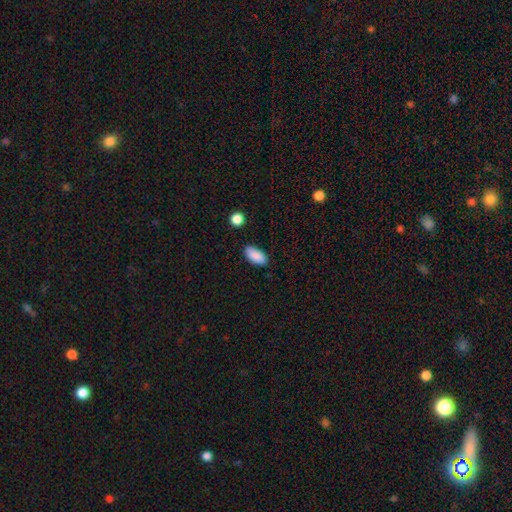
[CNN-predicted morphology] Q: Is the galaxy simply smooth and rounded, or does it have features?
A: smooth — 89%.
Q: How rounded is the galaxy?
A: in between — 91%.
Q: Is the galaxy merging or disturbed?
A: none — 83%.